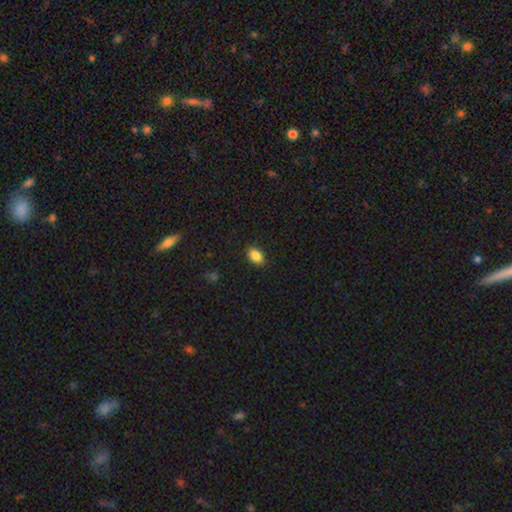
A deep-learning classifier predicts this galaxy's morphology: type=smooth (86%); roundness=in between (87%); merging=none (87%).